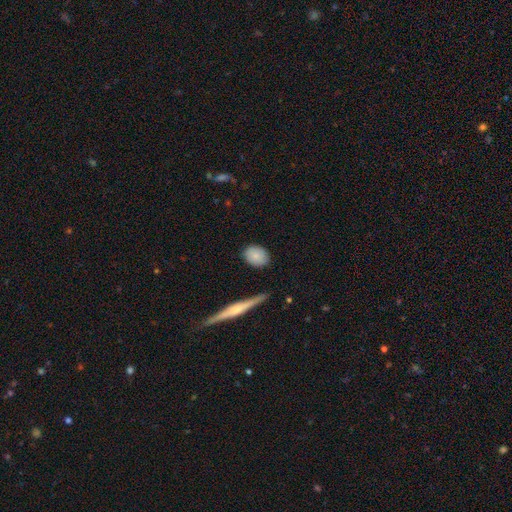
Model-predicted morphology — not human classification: This is clearly a smooth galaxy (83%). How rounded: possibly in between (57%). Merging: clearly none (85%).